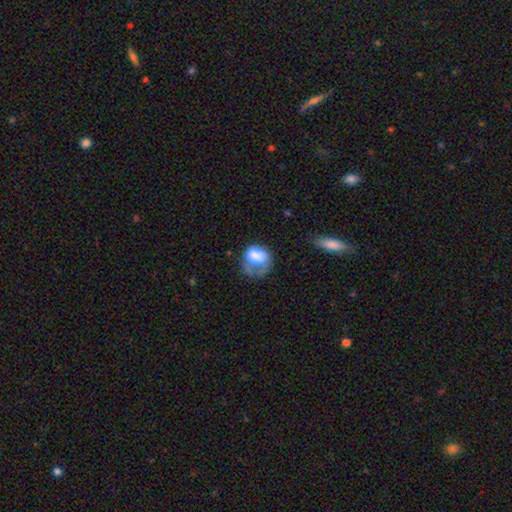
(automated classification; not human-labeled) smooth-or-featured: smooth: 69% | featured or disk: 21% | star or artifact: 9%
  how-rounded: round: 50% | in between: 49% | cigar-shaped: 1%
  merging: major disturbance: 40% | minor disturbance: 28% | none: 26% | merger: 6%